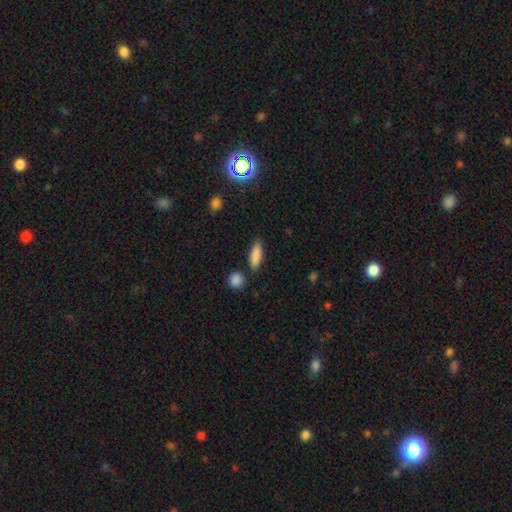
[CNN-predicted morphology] type=smooth (86%); roundness=in between (51%); merging=none (82%).